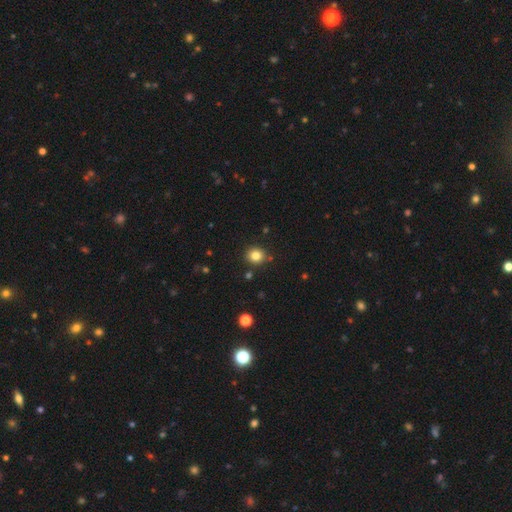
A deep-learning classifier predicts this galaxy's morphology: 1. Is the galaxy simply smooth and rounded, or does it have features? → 82% smooth, 12% star or artifact, 6% featured or disk.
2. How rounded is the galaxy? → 83% round, 16% in between, 1% cigar-shaped.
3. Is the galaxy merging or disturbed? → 87% none, 8% minor disturbance, 3% merger, 2% major disturbance.